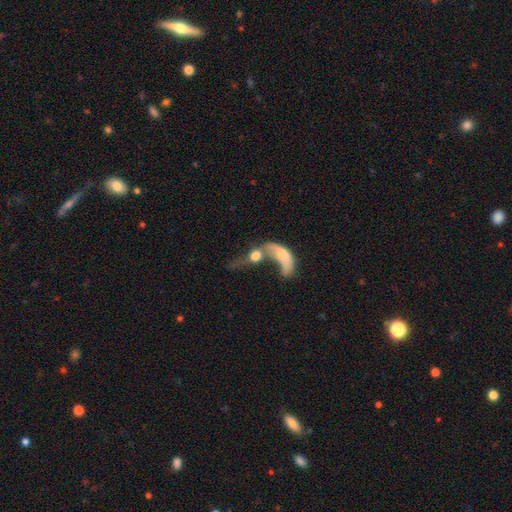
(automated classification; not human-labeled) smooth_or_featured: smooth (p=0.52) [alt: featured or disk p=0.38]
how_rounded: in between (p=0.59) [alt: round p=0.25]
merging: merger (p=0.70) [alt: major disturbance p=0.15]